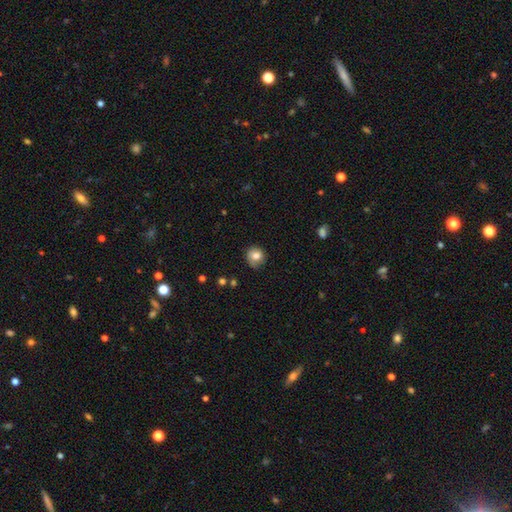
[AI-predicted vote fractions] Q: Smooth or featured?
A: smooth (80%); runner-up: featured or disk (11%)
Q: How rounded?
A: round (87%); runner-up: in between (12%)
Q: Merging?
A: none (73%); runner-up: minor disturbance (21%)